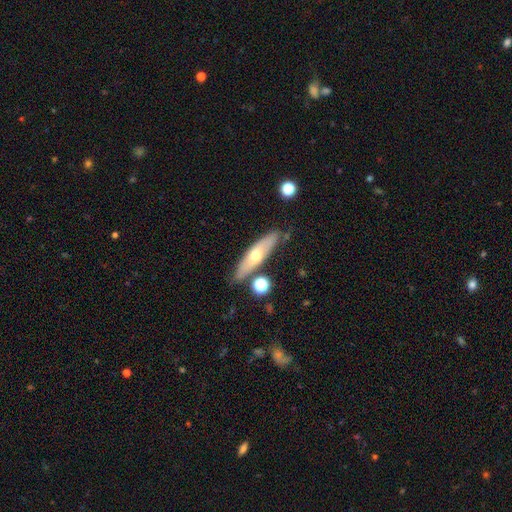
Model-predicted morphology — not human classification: Overall: featured or disk (47%; smooth 46%). Merging: none (78%).